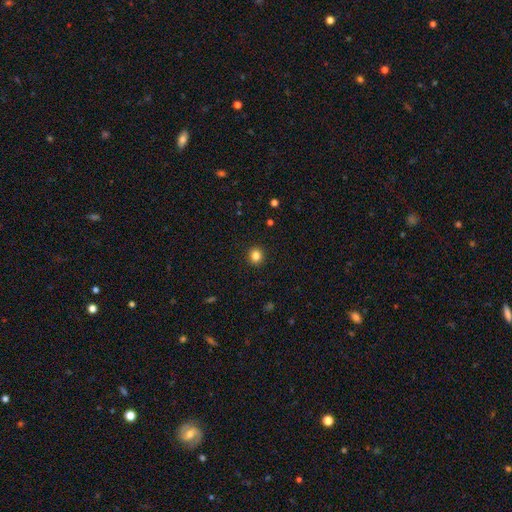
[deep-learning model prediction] Overall: smooth (83%). How rounded: round (90%). Merging: none (93%).